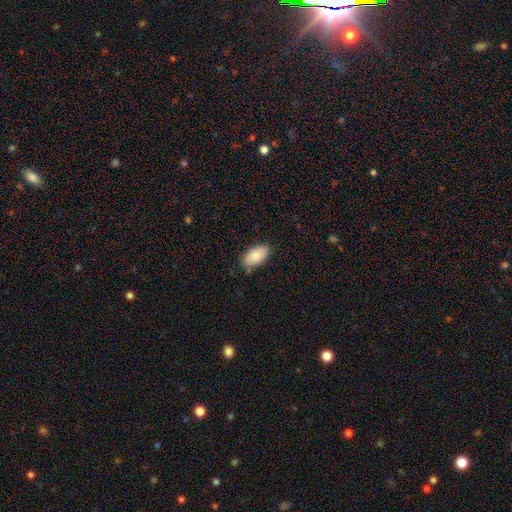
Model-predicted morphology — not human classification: Overall: smooth (85%). How rounded: in between (94%). Merging: none (79%).